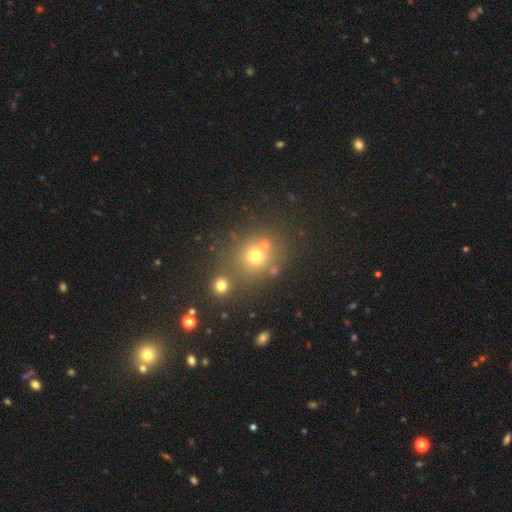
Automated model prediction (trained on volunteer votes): The model was most divided on "smooth or featured": smooth: 61%, star or artifact: 27%, featured or disk: 12%. More confident: how rounded — round (82%); merging — none (67%).